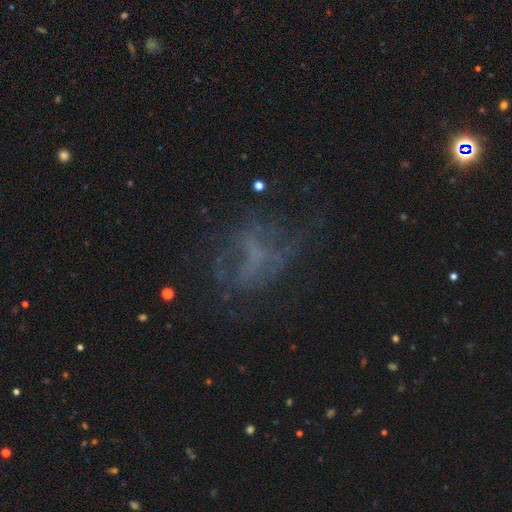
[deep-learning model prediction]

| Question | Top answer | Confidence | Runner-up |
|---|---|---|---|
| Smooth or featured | featured or disk | 48% | star or artifact (30%) |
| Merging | none | 47% | major disturbance (32%) |